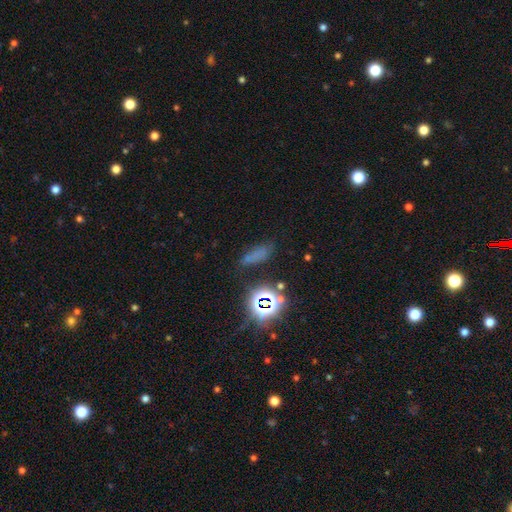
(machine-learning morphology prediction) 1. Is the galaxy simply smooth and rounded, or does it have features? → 53% smooth, 36% star or artifact, 11% featured or disk.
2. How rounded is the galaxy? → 48% in between, 44% cigar-shaped, 8% round.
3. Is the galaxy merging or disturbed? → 67% none, 18% minor disturbance, 9% major disturbance, 6% merger.